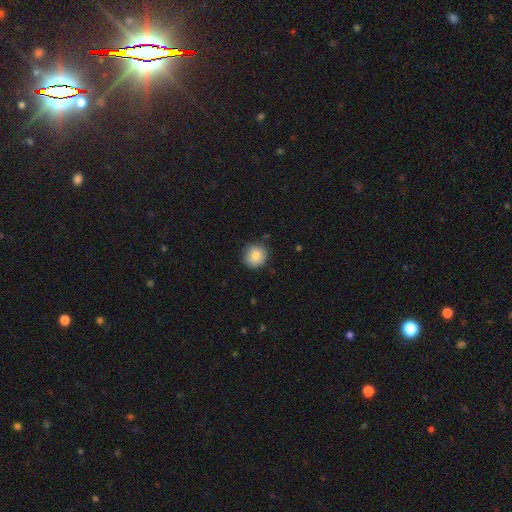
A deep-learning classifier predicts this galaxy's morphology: smooth 84%, star or artifact 8%, featured or disk 8%. Down the decision tree: how rounded — round (93%); merging — none (85%).